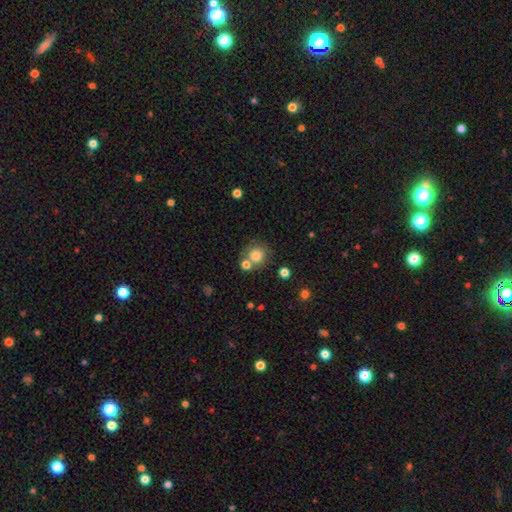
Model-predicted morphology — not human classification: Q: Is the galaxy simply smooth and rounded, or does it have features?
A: smooth — 80%.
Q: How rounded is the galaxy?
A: round — 90%.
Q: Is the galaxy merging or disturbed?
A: none — 63%.